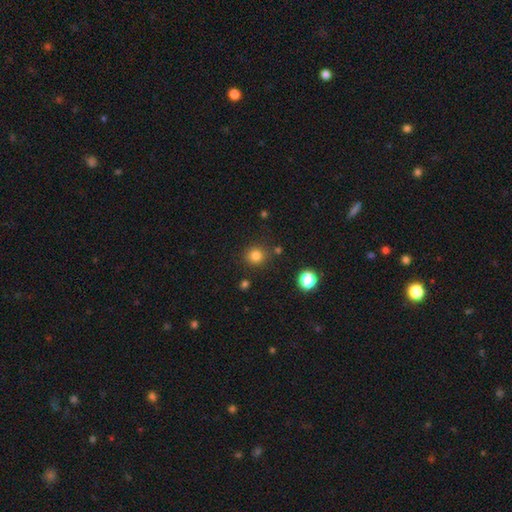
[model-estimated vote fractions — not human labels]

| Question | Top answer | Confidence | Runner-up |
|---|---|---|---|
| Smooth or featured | smooth | 80% | star or artifact (14%) |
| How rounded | round | 90% | in between (9%) |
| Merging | none | 84% | minor disturbance (9%) |